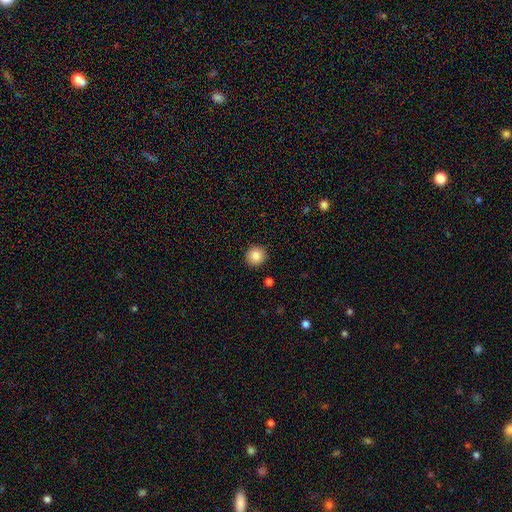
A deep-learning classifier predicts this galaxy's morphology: smooth 86%, star or artifact 9%, featured or disk 5%. Down the decision tree: how rounded — round (94%); merging — none (92%).